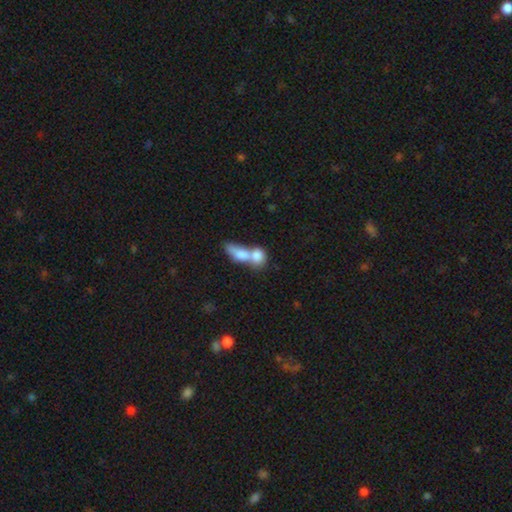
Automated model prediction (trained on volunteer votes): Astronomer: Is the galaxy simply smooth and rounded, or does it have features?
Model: smooth — 75%.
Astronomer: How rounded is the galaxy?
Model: in between — 63%.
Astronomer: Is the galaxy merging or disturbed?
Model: merger — 74%.